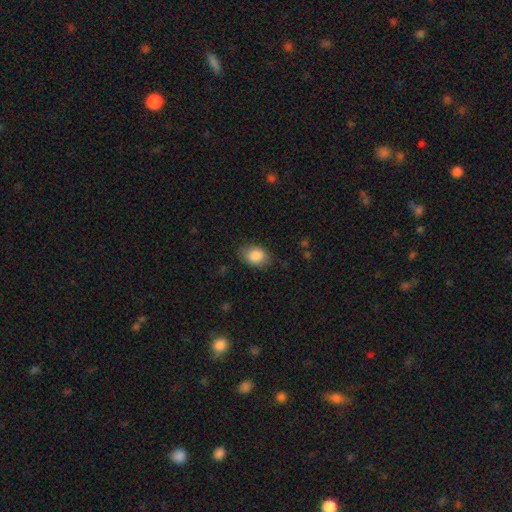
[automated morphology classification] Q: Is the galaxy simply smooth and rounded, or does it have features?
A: smooth — 86%.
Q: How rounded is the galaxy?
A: in between — 76%.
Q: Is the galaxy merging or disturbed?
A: none — 77%.